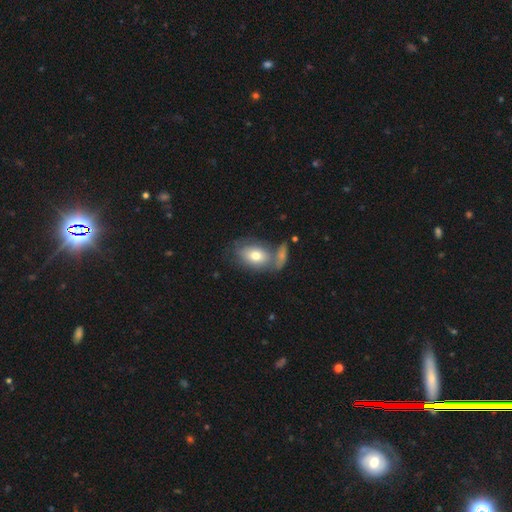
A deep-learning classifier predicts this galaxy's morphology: Smooth or featured?
  - smooth: 72% *
  - featured or disk: 21%
  - star or artifact: 7%
How rounded?
  - in between: 82% *
  - round: 16%
  - cigar-shaped: 2%
Merging?
  - none: 46% *
  - merger: 32%
  - minor disturbance: 15%
  - major disturbance: 7%